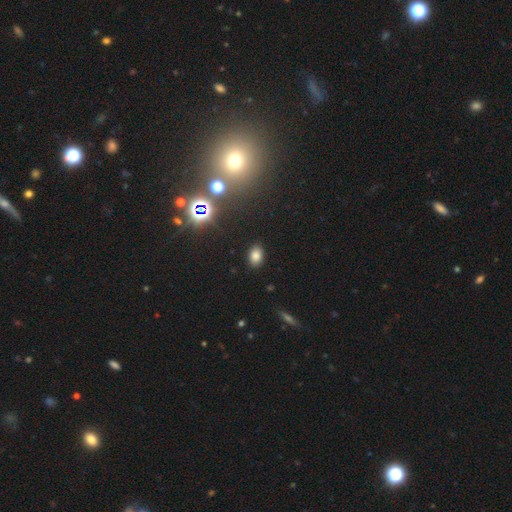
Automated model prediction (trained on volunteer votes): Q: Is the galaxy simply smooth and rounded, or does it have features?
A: smooth — 78%.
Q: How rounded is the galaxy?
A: in between — 82%.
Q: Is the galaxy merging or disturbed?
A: none — 88%.